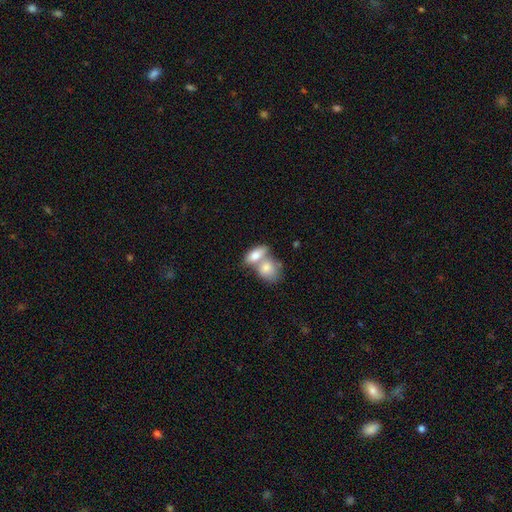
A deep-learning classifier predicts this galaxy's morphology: type=smooth (77%); roundness=in between (83%); merging=merger (61%).